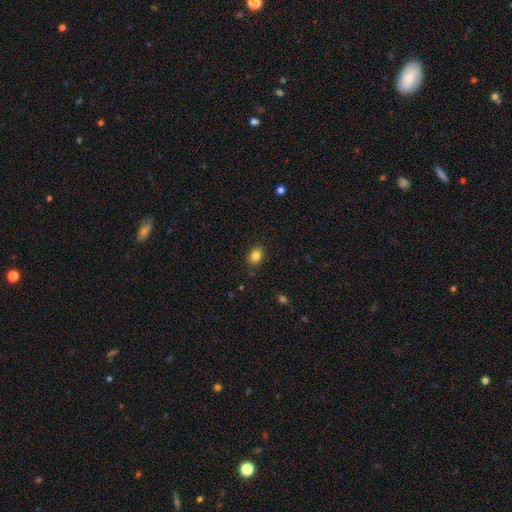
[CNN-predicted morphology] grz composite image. It shows a smooth galaxy with no disk features (84%) that is in between round and cigar-shaped (65%). Merging: none (88%).